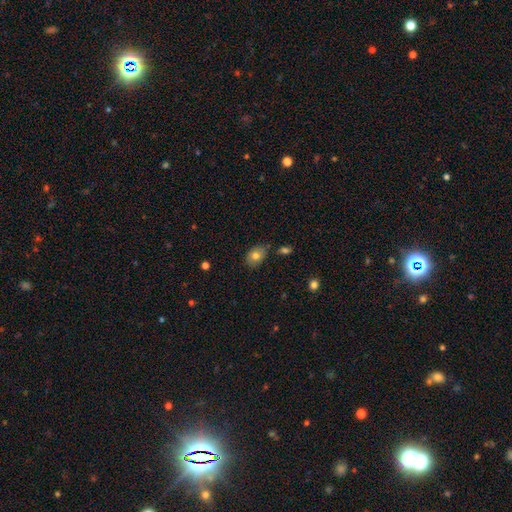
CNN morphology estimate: smooth_or_featured: smooth (p=0.78) [alt: featured or disk p=0.12]
how_rounded: in between (p=0.71) [alt: round p=0.28]
merging: none (p=0.75) [alt: minor disturbance p=0.18]